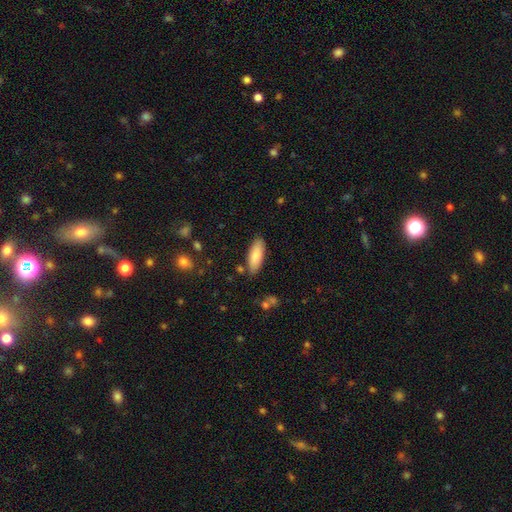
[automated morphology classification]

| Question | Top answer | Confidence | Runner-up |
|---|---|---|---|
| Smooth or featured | smooth | 83% | featured or disk (11%) |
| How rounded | in between | 69% | cigar-shaped (30%) |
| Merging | none | 84% | minor disturbance (11%) |